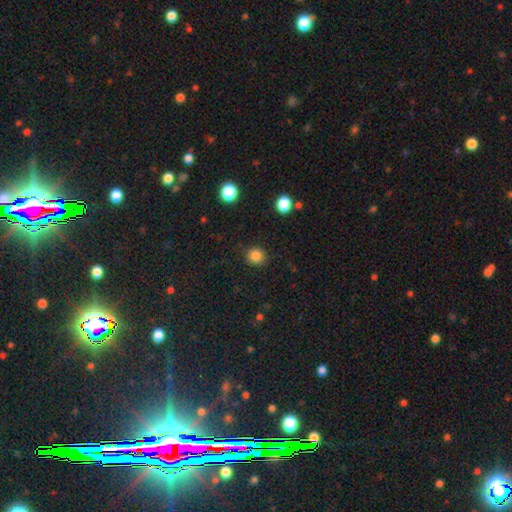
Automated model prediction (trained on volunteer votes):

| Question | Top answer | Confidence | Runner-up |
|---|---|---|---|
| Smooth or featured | smooth | 85% | star or artifact (11%) |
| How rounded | round | 89% | in between (10%) |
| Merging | none | 88% | minor disturbance (8%) |